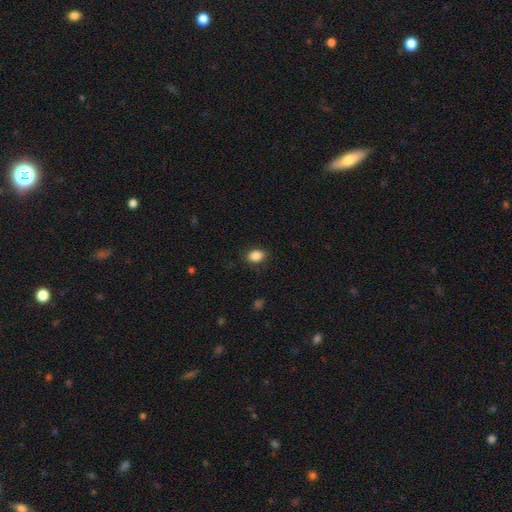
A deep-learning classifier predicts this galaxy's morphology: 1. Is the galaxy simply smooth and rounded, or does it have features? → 87% smooth, 9% star or artifact, 5% featured or disk.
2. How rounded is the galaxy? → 76% in between, 23% round, 1% cigar-shaped.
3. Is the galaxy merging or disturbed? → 86% none, 10% minor disturbance, 3% major disturbance, 1% merger.